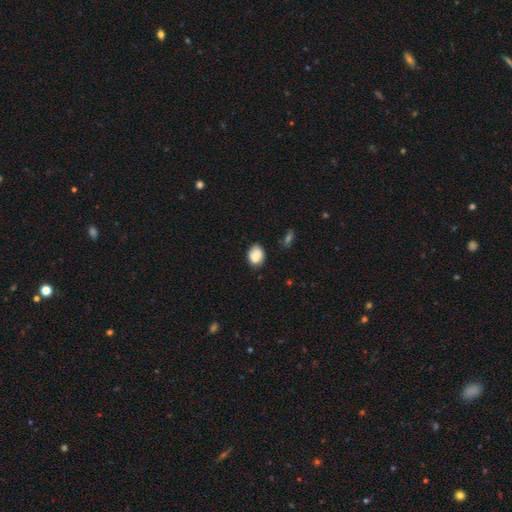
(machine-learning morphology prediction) smooth 84%, star or artifact 8%, featured or disk 8%. Down the decision tree: how rounded — in between (61%); merging — none (74%).